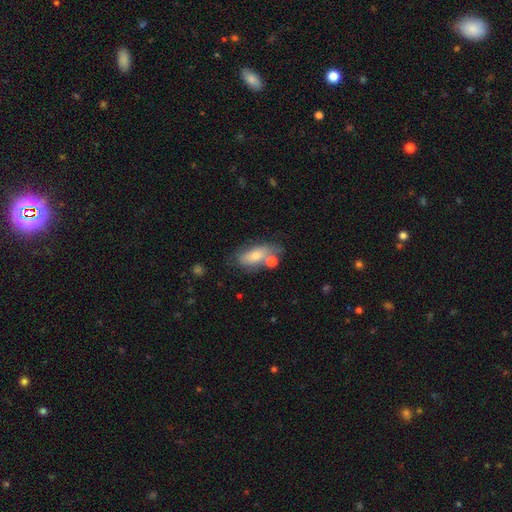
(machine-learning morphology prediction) Overall: smooth (72%). How rounded: in between (82%). Merging: none (50%; merger 22%).